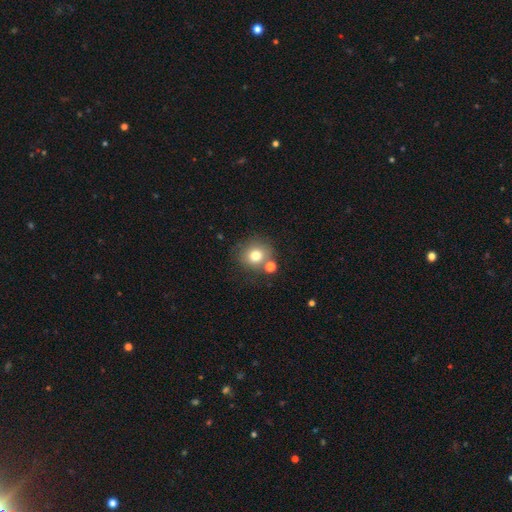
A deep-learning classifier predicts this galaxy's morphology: smooth 76%, star or artifact 12%, featured or disk 11%. Down the decision tree: how rounded — round (87%); merging — none (69%).